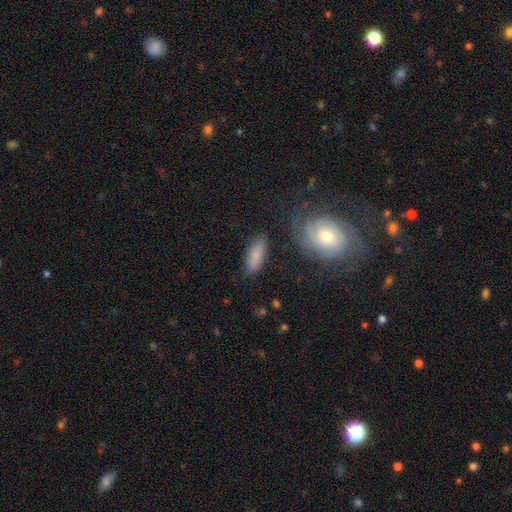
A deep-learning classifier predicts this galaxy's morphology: The model was most divided on "how rounded": in between: 69%, cigar-shaped: 28%, round: 3%. More confident: merging — none (78%); smooth or featured — smooth (77%).